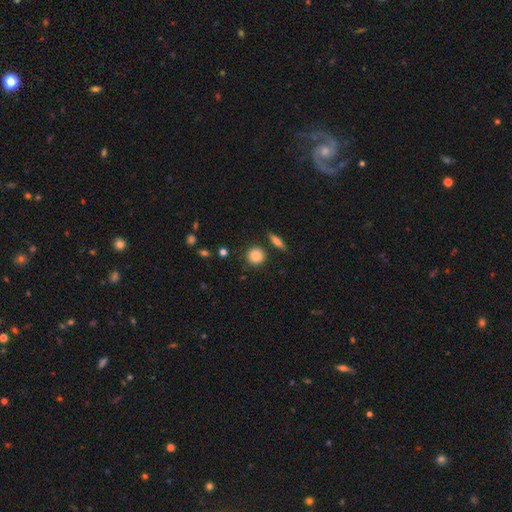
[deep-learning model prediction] smooth_or_featured: smooth (p=0.82) [alt: featured or disk p=0.10]
how_rounded: round (p=0.89) [alt: in between p=0.10]
merging: none (p=0.83) [alt: minor disturbance p=0.10]